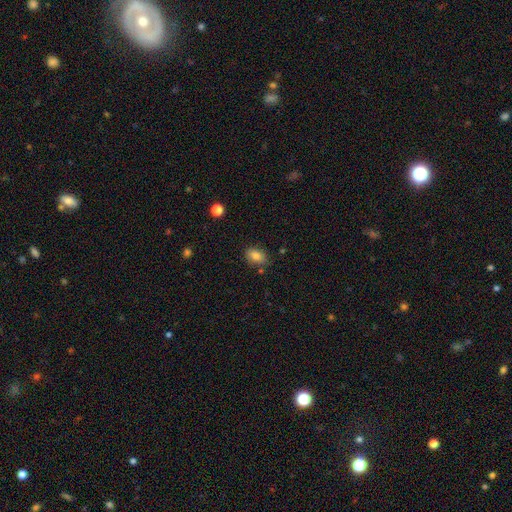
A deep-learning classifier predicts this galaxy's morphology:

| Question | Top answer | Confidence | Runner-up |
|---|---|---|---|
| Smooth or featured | smooth | 84% | star or artifact (9%) |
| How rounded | in between | 85% | round (13%) |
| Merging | none | 79% | minor disturbance (15%) |